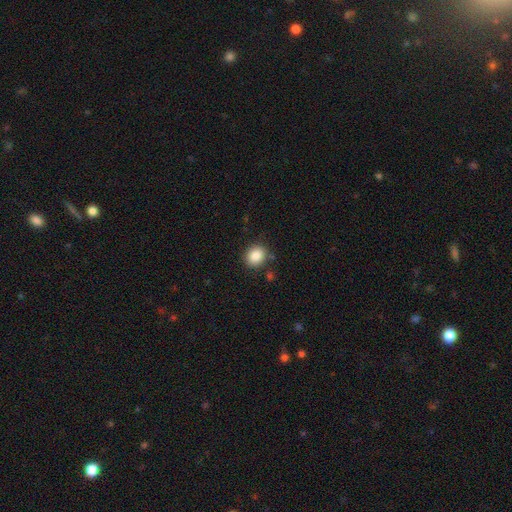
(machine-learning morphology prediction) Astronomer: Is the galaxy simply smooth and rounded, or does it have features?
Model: smooth — 86%.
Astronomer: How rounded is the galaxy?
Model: round — 70%.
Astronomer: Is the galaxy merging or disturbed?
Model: none — 84%.